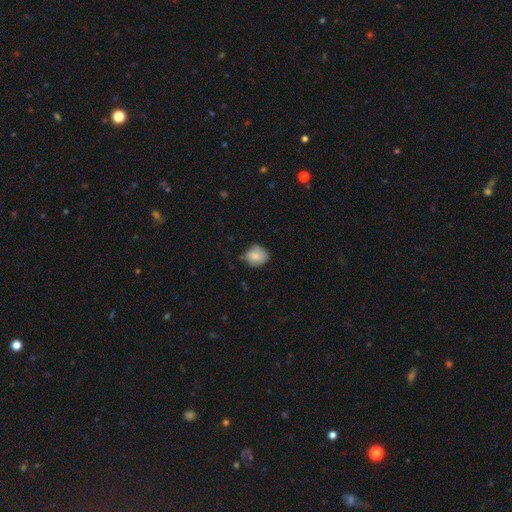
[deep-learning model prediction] smooth_or_featured: smooth (p=0.78) [alt: featured or disk p=0.14]
how_rounded: round (p=0.69) [alt: in between p=0.30]
merging: none (p=0.60) [alt: minor disturbance p=0.32]